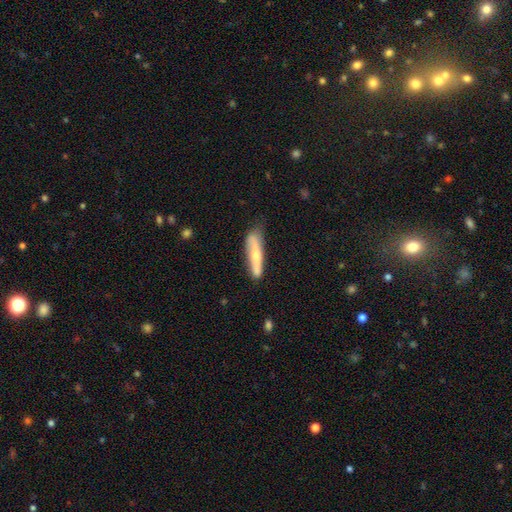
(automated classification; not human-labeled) A smooth galaxy with no disk features (52%) that is cigar-shaped (80%). Merging: none (64%).